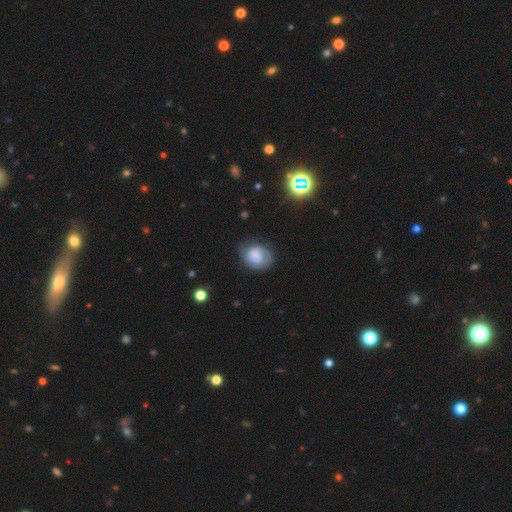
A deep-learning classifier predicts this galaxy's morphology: type=featured or disk (46%); merging=none (65%).